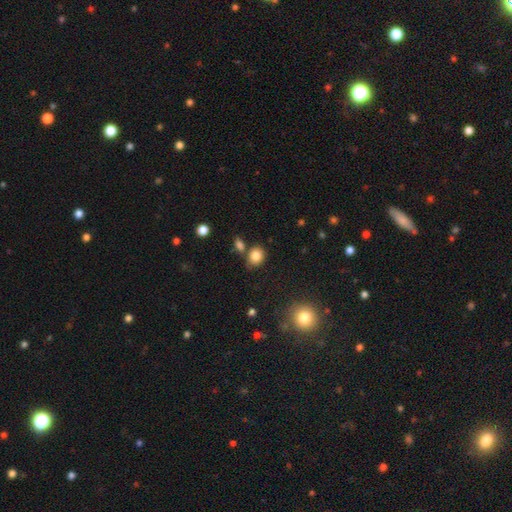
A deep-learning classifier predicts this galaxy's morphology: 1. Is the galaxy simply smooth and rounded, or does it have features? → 82% smooth, 10% star or artifact, 7% featured or disk.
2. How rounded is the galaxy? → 59% round, 40% in between, 1% cigar-shaped.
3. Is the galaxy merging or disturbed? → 72% none, 13% minor disturbance, 12% merger, 3% major disturbance.